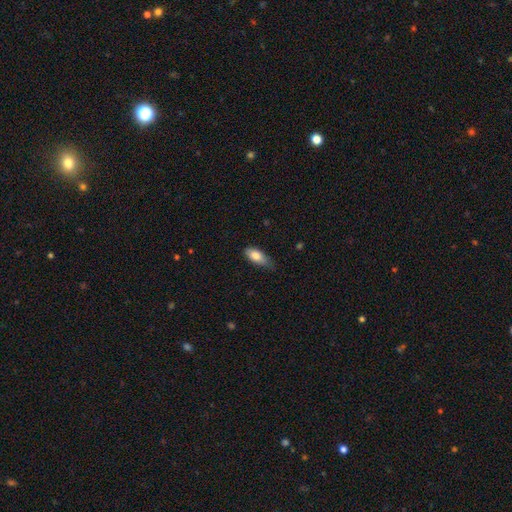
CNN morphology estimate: A smooth galaxy with no disk features (81%) that is in between round and cigar-shaped (84%). Merging: none (54%).